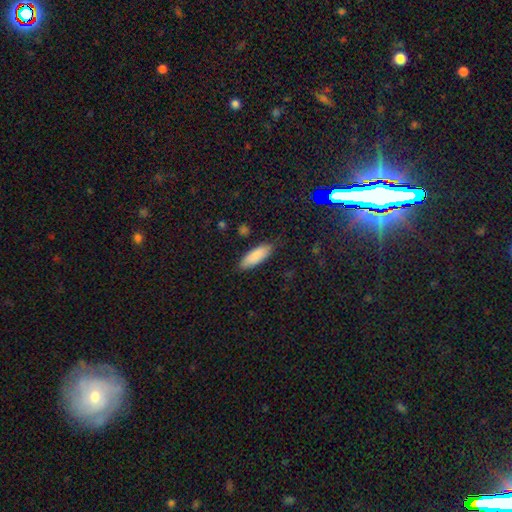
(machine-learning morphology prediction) The model was most divided on "how rounded": in between: 65%, cigar-shaped: 34%, round: 2%. More confident: smooth or featured — smooth (86%); merging — none (84%).